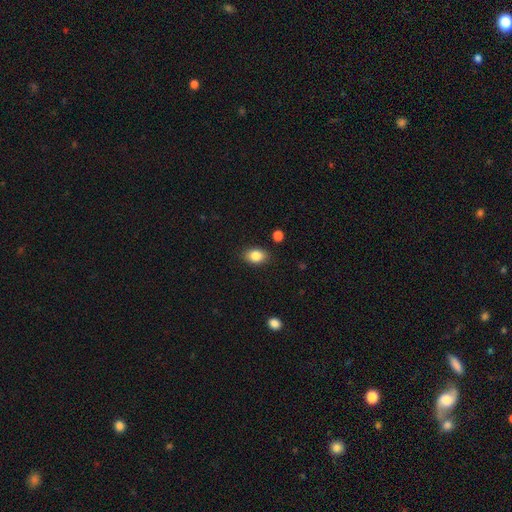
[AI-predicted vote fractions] The model was most divided on "how rounded": in between: 80%, round: 19%, cigar-shaped: 1%. More confident: merging — none (86%); smooth or featured — smooth (85%).